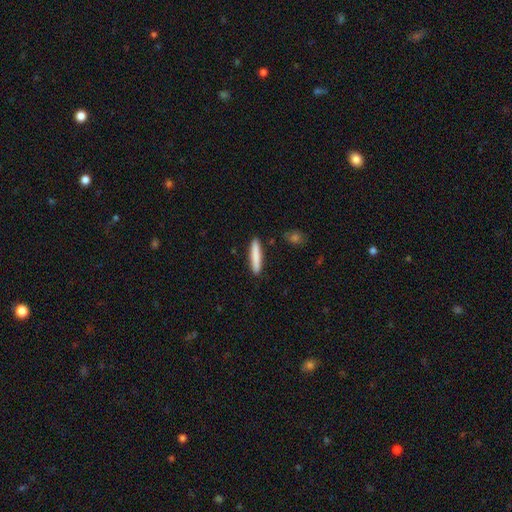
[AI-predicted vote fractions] Morphology: type=smooth (82%); roundness=cigar-shaped (92%); merging=none (90%).